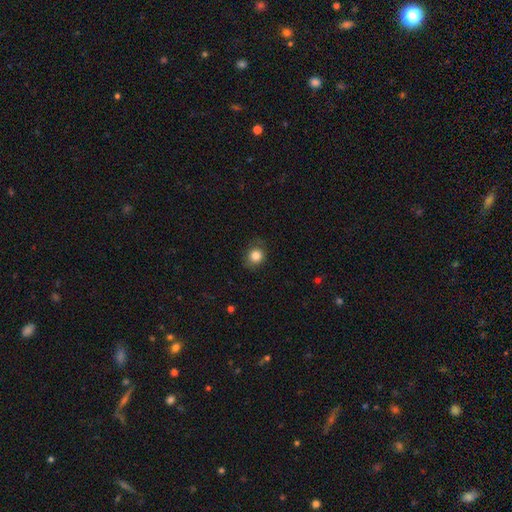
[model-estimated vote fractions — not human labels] smooth_or_featured: smooth (p=0.84) [alt: star or artifact p=0.10]
how_rounded: round (p=0.81) [alt: in between p=0.18]
merging: none (p=0.79) [alt: minor disturbance p=0.16]